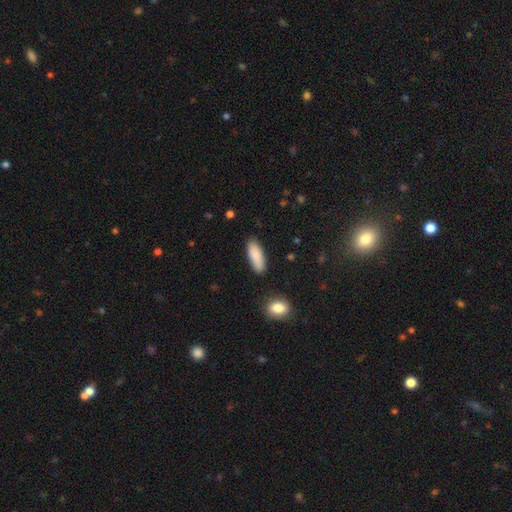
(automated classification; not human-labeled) This is clearly a smooth galaxy (88%). How rounded: likely in between (66%). Merging: clearly none (83%).